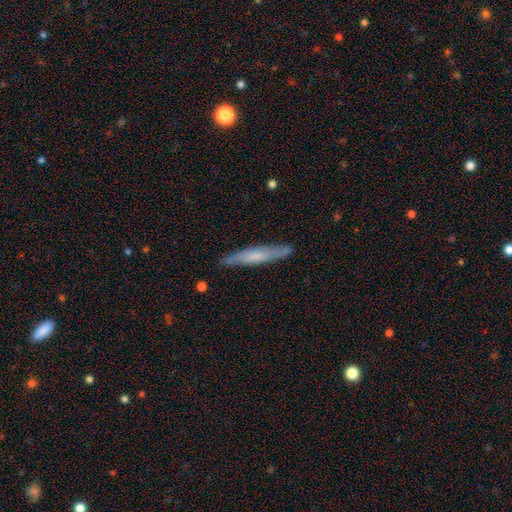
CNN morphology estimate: This is possibly a featured or disk galaxy (50%). Merging: clearly none (83%).